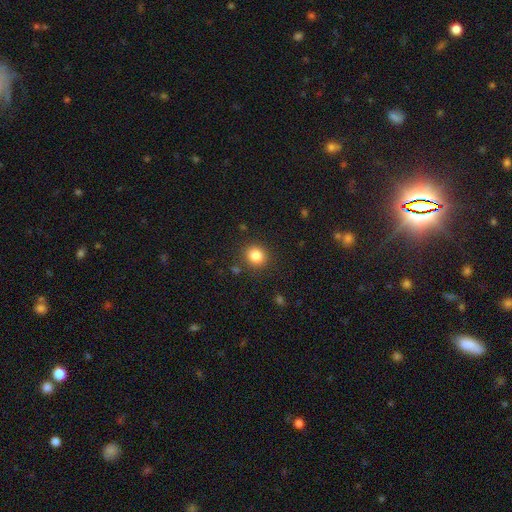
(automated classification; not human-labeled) This appears to be a smooth galaxy with no disk features (84%) that is round (84%). Merging: none (87%).